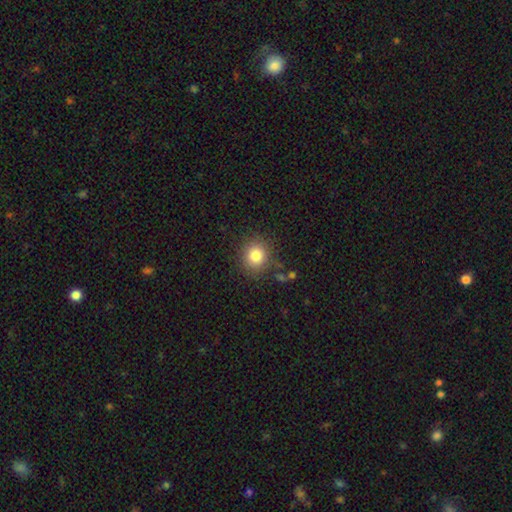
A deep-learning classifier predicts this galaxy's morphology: Smooth or featured: smooth — 82% (star or artifact — 11%)
How rounded: round — 84% (in between — 15%)
Merging: none — 84% (minor disturbance — 10%)